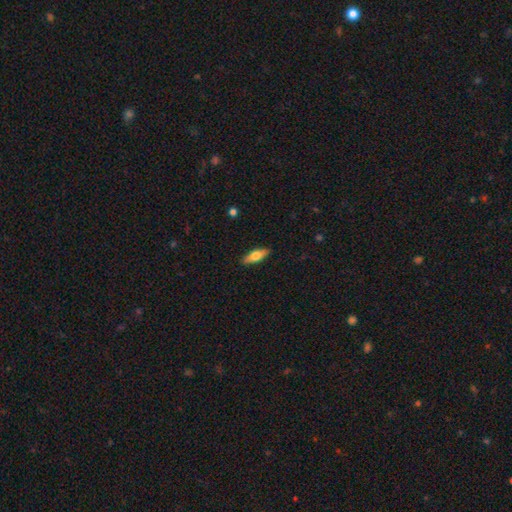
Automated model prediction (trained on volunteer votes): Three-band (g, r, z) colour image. It shows a smooth galaxy with no disk features (63%) that is in between round and cigar-shaped (59%). Merging: none (89%).